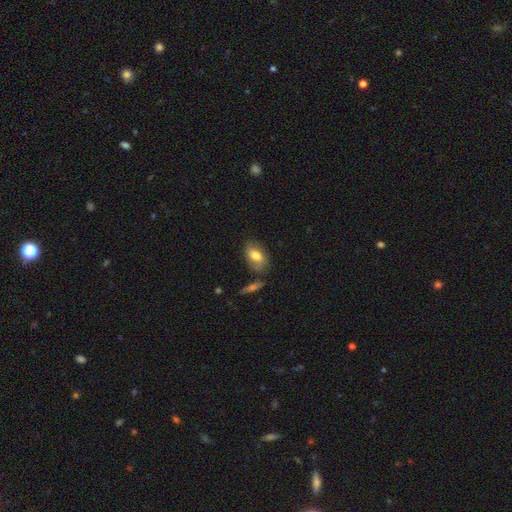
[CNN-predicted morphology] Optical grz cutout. It shows a smooth galaxy with no disk features (78%) that is in between round and cigar-shaped (89%). Merging: none (75%).